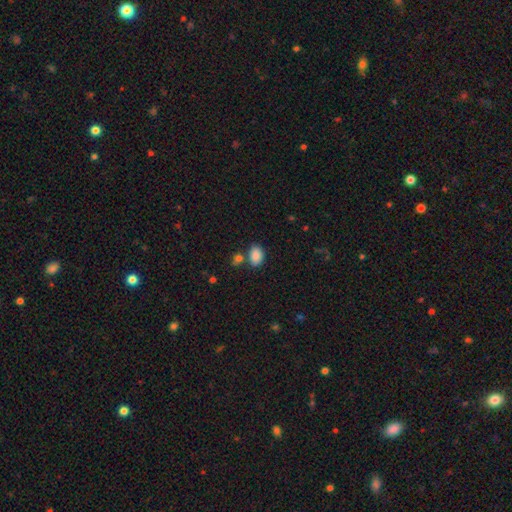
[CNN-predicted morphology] Smooth or featured? Predicted: smooth (p=0.87). How rounded? Predicted: in between (p=0.85). Merging? Predicted: none (p=0.69).